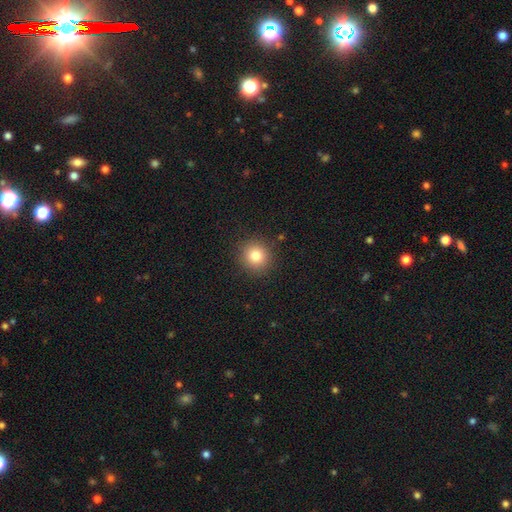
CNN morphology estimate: type=smooth (82%); roundness=round (90%); merging=none (90%).